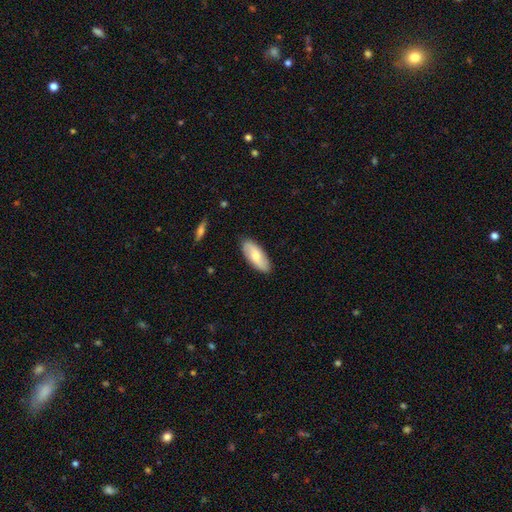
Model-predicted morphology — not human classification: Q: Smooth or featured?
A: smooth (63%); runner-up: featured or disk (32%)
Q: How rounded?
A: in between (80%); runner-up: cigar-shaped (18%)
Q: Merging?
A: none (87%); runner-up: minor disturbance (10%)